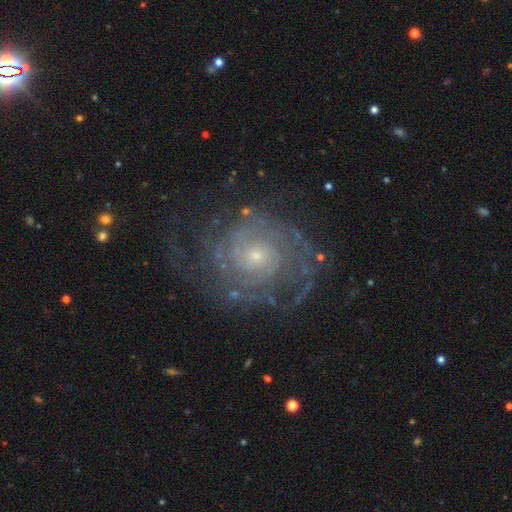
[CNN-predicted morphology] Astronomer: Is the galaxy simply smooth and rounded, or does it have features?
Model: featured or disk — 87%.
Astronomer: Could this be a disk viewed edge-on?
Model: no — 98%.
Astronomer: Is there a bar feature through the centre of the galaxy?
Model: no — 77%.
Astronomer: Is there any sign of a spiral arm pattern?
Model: yes — 96%.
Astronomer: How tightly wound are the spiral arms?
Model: tight — 70%.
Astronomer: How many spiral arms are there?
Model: can't tell — 31% (runner-up: 2, 29%).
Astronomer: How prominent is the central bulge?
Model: small — 72%.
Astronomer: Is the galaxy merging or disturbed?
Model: none — 73%.